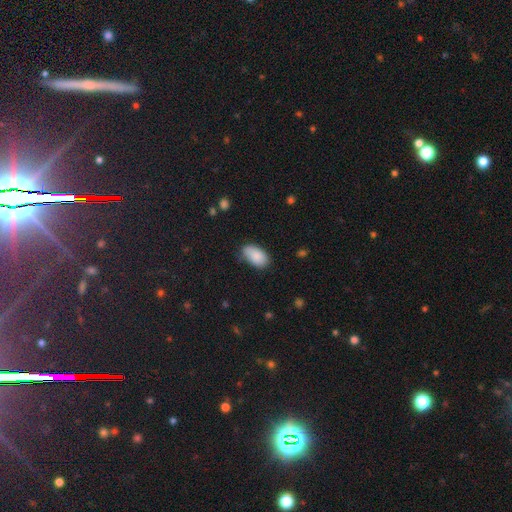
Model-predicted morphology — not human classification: A smooth galaxy with no disk features (87%) that is in between round and cigar-shaped (94%).

Vote fractions:
- Smooth or featured? smooth: 87% / star or artifact: 6% / featured or disk: 6%
- How rounded? in between: 94% / round: 4% / cigar-shaped: 2%
- Merging? none: 70% / minor disturbance: 23% / major disturbance: 4% / merger: 2%